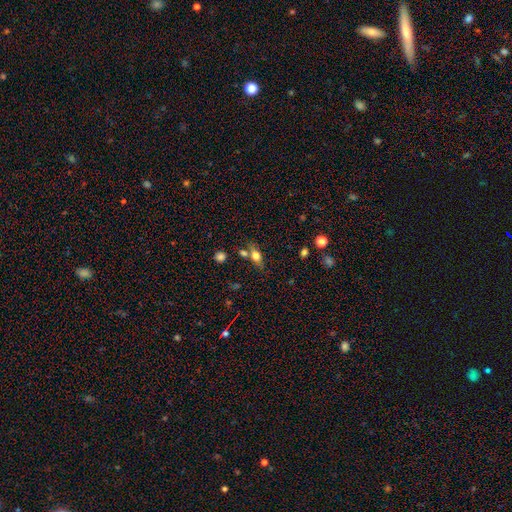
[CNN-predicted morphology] Smooth or featured? smooth (65%)
How rounded? in between (71%)
Merging? none (62%)